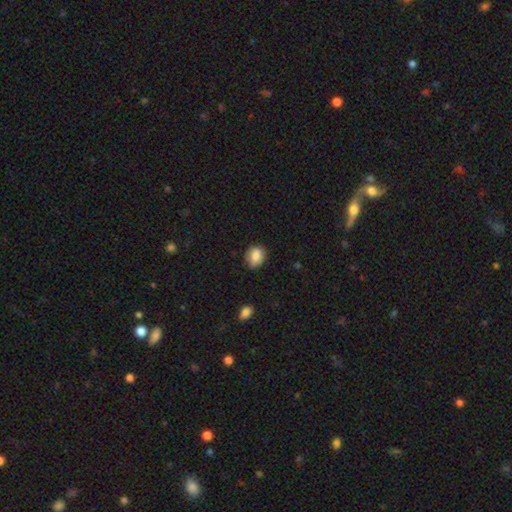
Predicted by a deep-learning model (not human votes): The model was most divided on "how rounded": round: 56%, in between: 43%, cigar-shaped: 1%. More confident: smooth or featured — smooth (84%); merging — none (81%).